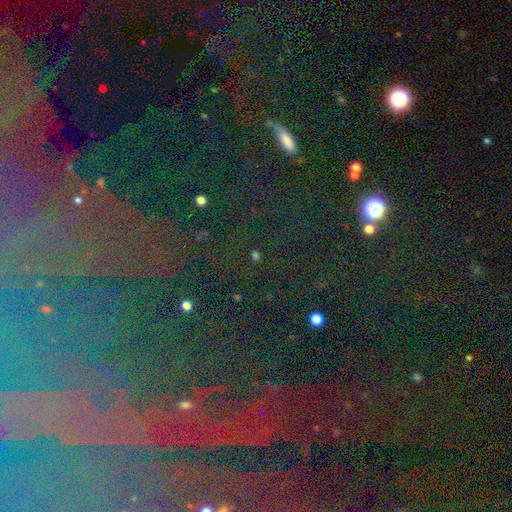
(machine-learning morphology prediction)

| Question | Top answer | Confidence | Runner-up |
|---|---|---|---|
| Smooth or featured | star or artifact | 71% | smooth (20%) |